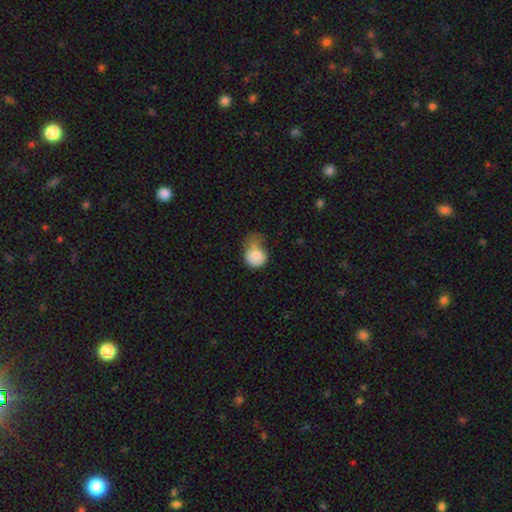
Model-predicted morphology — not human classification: A smooth galaxy with no disk features (76%) that is round (59%).

Vote fractions:
- Smooth or featured? smooth: 76% / featured or disk: 17% / star or artifact: 7%
- How rounded? round: 59% / in between: 40% / cigar-shaped: 1%
- Merging? major disturbance: 43% / minor disturbance: 30% / none: 20% / merger: 8%